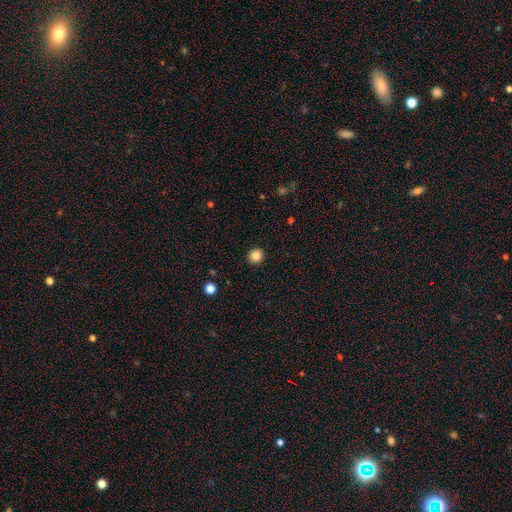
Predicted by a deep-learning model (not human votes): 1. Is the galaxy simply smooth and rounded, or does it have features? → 84% smooth, 11% star or artifact, 5% featured or disk.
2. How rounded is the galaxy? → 92% round, 7% in between, 1% cigar-shaped.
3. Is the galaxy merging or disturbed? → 93% none, 4% minor disturbance, 1% major disturbance, 1% merger.